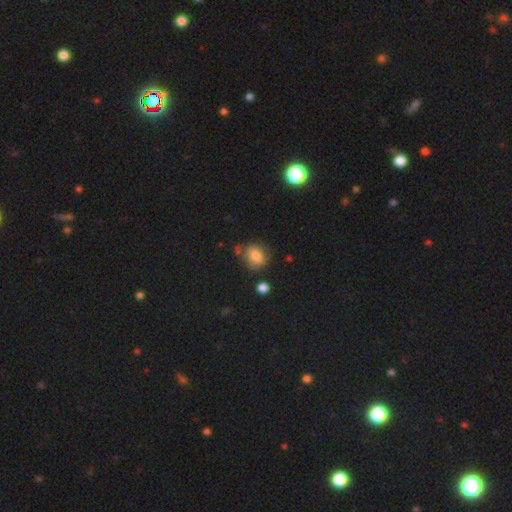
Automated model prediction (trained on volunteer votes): smooth-or-featured: smooth: 73% | featured or disk: 17% | star or artifact: 11%
  how-rounded: round: 50% | in between: 49% | cigar-shaped: 1%
  merging: none: 57% | minor disturbance: 26% | major disturbance: 11% | merger: 7%